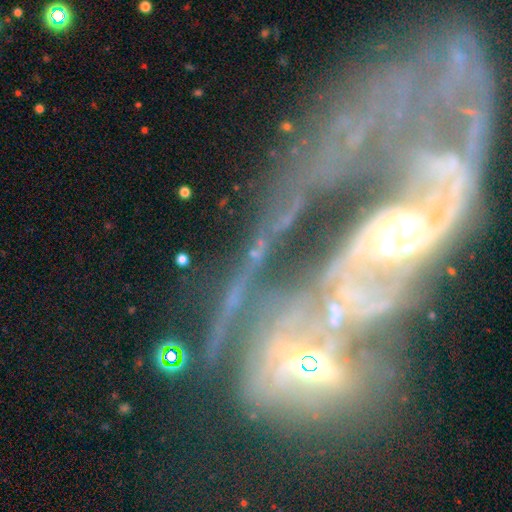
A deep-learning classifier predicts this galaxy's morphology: smooth-or-featured: featured or disk: 63% | star or artifact: 22% | smooth: 14%
  disk-edge-on: no: 75% | yes: 25%
  merging: none: 39% | merger: 25% | major disturbance: 22% | minor disturbance: 14%